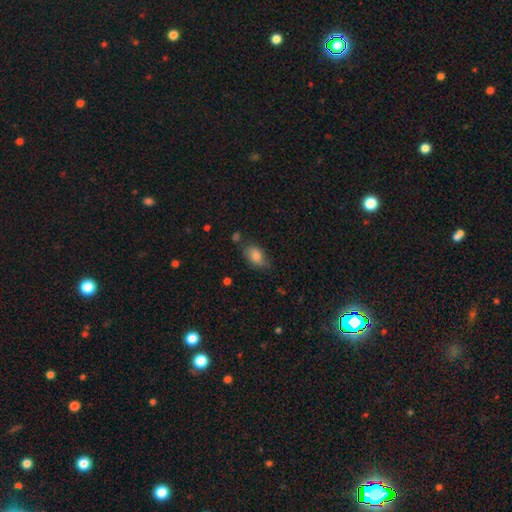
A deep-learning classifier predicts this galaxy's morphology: Q: Smooth or featured?
A: smooth (78%); runner-up: featured or disk (13%)
Q: How rounded?
A: in between (87%); runner-up: round (10%)
Q: Merging?
A: none (58%); runner-up: minor disturbance (31%)